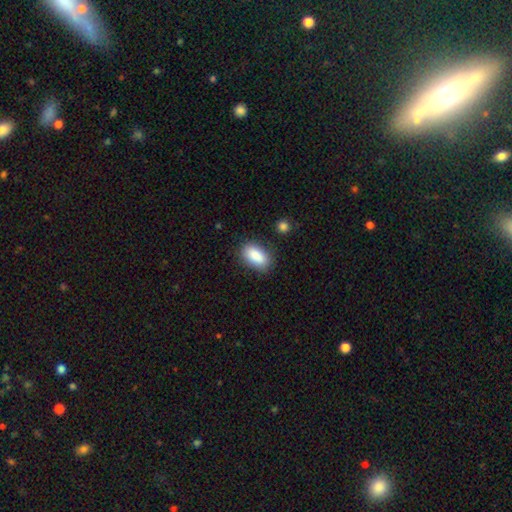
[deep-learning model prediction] A smooth galaxy with no disk features (88%) that is in between round and cigar-shaped (92%).

Vote fractions:
- Smooth or featured? smooth: 88% / star or artifact: 7% / featured or disk: 5%
- How rounded? in between: 92% / round: 4% / cigar-shaped: 4%
- Merging? none: 83% / minor disturbance: 12% / major disturbance: 3% / merger: 2%